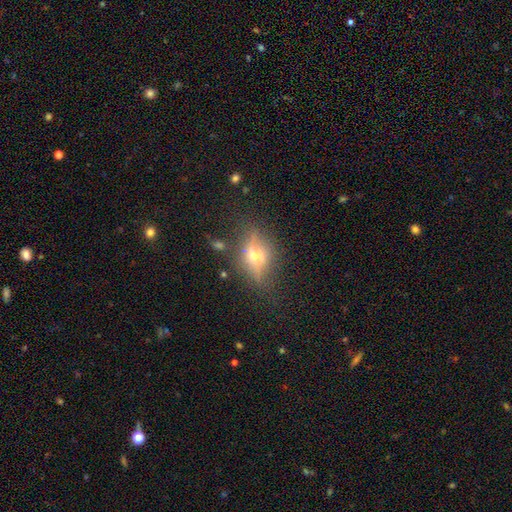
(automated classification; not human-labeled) Smooth or featured?
  - featured or disk: 63% *
  - smooth: 26%
  - star or artifact: 12%
Edge-on disk?
  - yes: 76% *
  - no: 24%
Merging?
  - none: 71% *
  - minor disturbance: 18%
  - major disturbance: 8%
  - merger: 3%